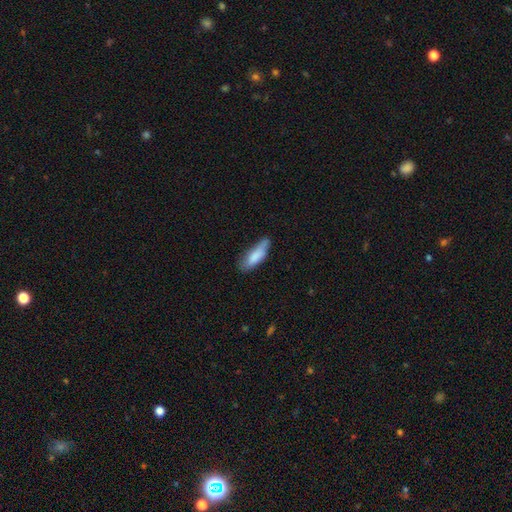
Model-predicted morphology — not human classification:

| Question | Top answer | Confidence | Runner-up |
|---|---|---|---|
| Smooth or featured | smooth | 80% | featured or disk (14%) |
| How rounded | in between | 51% | cigar-shaped (48%) |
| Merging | none | 57% | minor disturbance (33%) |